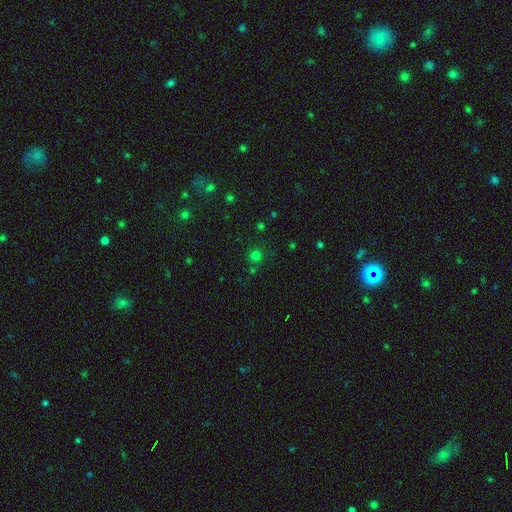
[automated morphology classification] Smooth or featured? Predicted: smooth (p=0.69). How rounded? Predicted: round (p=0.93). Merging? Predicted: none (p=0.81).